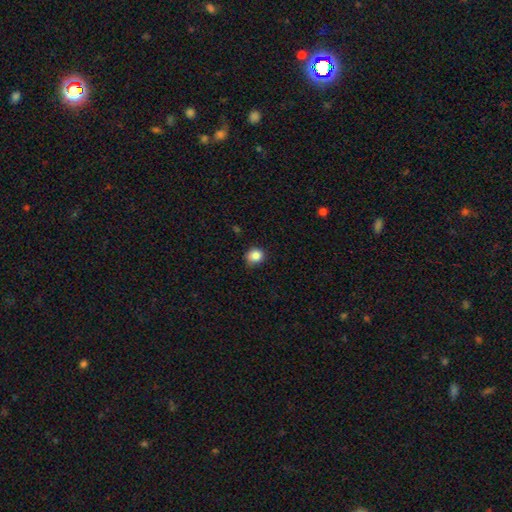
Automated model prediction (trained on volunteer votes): Morphology: type=smooth (85%); roundness=round (80%); merging=none (79%).